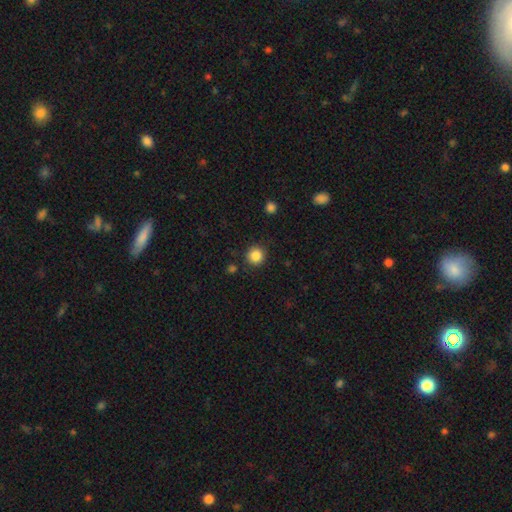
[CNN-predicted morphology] smooth-or-featured: smooth: 86% | star or artifact: 11% | featured or disk: 4%
  how-rounded: round: 94% | in between: 5% | cigar-shaped: 1%
  merging: none: 89% | minor disturbance: 7% | major disturbance: 2% | merger: 2%